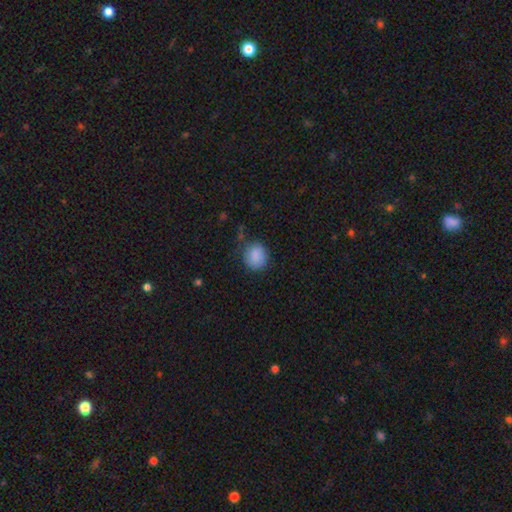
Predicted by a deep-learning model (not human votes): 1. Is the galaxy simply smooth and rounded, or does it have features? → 88% smooth, 8% star or artifact, 4% featured or disk.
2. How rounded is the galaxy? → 79% round, 20% in between, 1% cigar-shaped.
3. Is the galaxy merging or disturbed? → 75% none, 18% minor disturbance, 5% major disturbance, 2% merger.